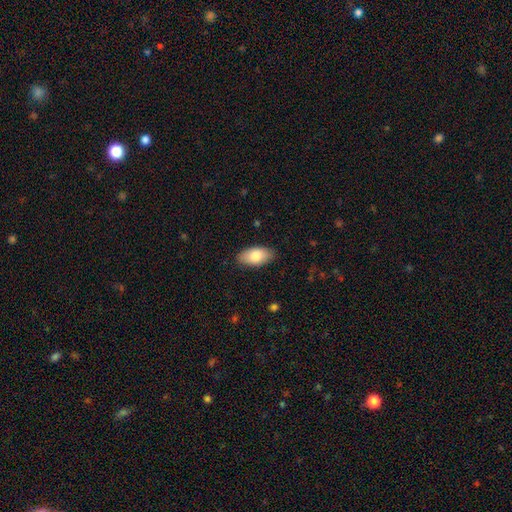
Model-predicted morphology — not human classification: Smooth or featured?
  - smooth: 82% *
  - featured or disk: 12%
  - star or artifact: 6%
How rounded?
  - in between: 93% *
  - cigar-shaped: 4%
  - round: 3%
Merging?
  - none: 86% *
  - minor disturbance: 11%
  - major disturbance: 2%
  - merger: 1%